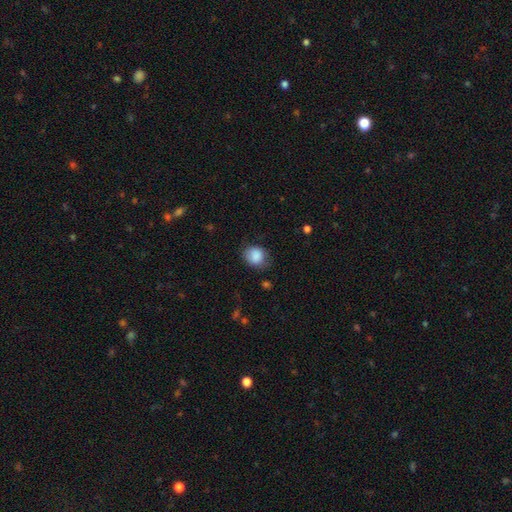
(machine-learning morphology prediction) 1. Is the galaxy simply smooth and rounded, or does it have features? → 86% smooth, 8% star or artifact, 6% featured or disk.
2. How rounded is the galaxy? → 64% round, 35% in between, 1% cigar-shaped.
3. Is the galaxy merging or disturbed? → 67% none, 24% minor disturbance, 7% major disturbance, 1% merger.